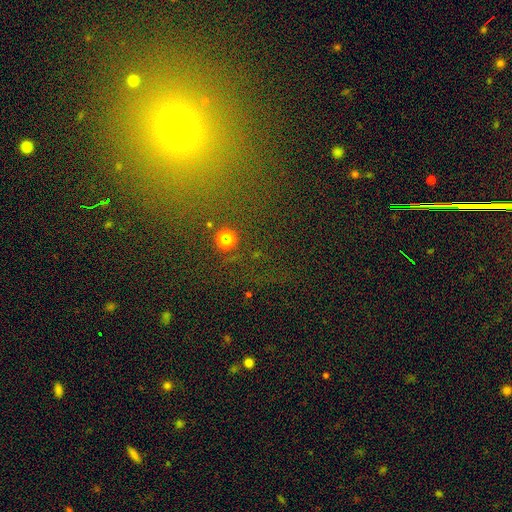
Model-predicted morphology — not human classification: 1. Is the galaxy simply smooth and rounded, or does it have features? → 53% star or artifact, 38% smooth, 9% featured or disk.